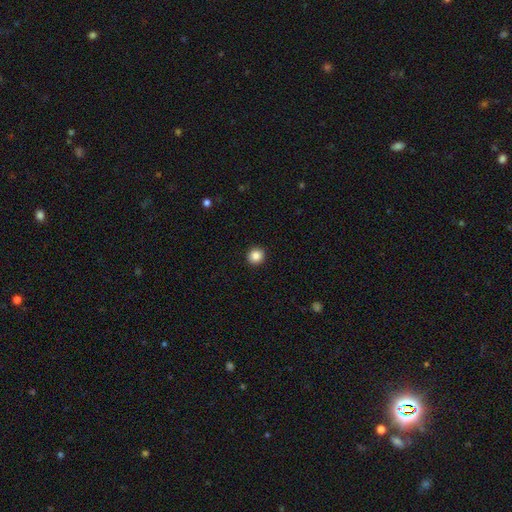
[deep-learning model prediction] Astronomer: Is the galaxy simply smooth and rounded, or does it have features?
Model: smooth — 86%.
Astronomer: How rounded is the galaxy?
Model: round — 92%.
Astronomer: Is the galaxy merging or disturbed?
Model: none — 93%.